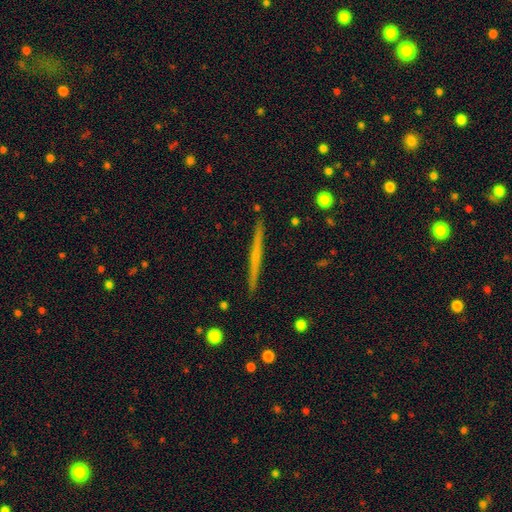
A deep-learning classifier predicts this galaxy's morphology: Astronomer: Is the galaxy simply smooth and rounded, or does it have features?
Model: featured or disk — 56% (runner-up: smooth, 38%).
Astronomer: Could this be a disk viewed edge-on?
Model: yes — 98%.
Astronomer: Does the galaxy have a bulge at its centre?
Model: none — 84%.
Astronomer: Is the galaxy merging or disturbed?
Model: none — 92%.